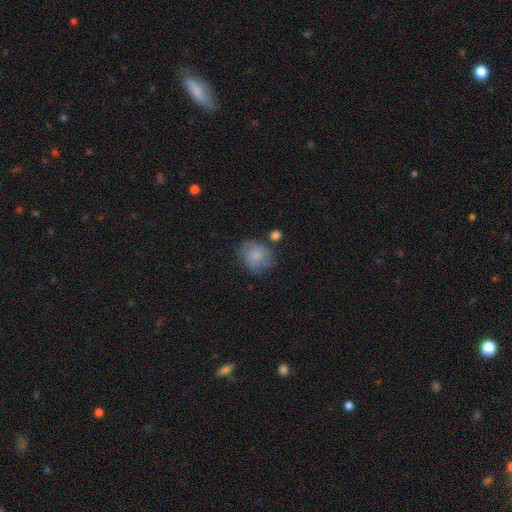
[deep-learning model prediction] Q: Smooth or featured?
A: smooth (69%); runner-up: featured or disk (23%)
Q: How rounded?
A: round (68%); runner-up: in between (31%)
Q: Merging?
A: none (53%); runner-up: minor disturbance (27%)